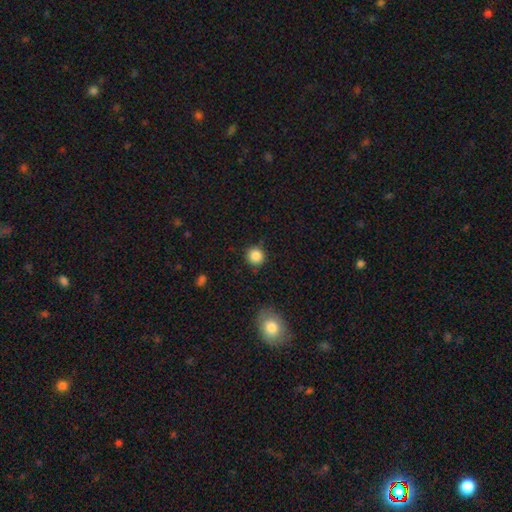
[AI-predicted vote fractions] Smooth or featured?
  - smooth: 86% *
  - star or artifact: 10%
  - featured or disk: 4%
How rounded?
  - round: 93% *
  - in between: 6%
  - cigar-shaped: 1%
Merging?
  - none: 87% *
  - minor disturbance: 9%
  - major disturbance: 3%
  - merger: 2%